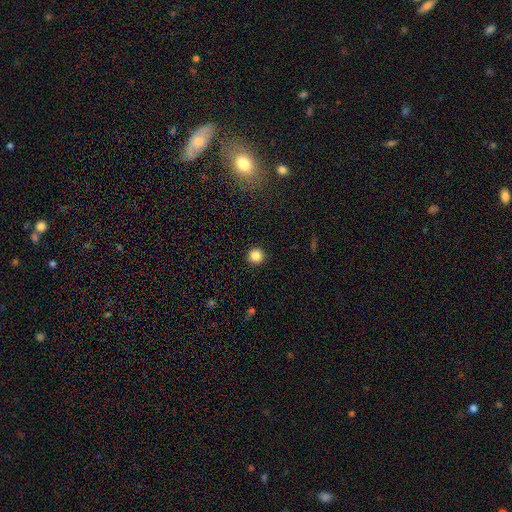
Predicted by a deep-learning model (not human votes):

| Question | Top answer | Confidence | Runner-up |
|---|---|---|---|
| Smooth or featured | smooth | 86% | star or artifact (11%) |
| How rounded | round | 96% | in between (3%) |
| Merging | none | 93% | minor disturbance (4%) |